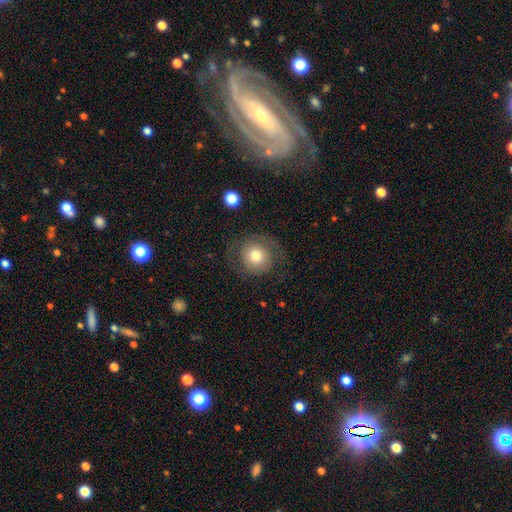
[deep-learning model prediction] This appears to be a smooth galaxy with no disk features (46%). Merging: none (74%).